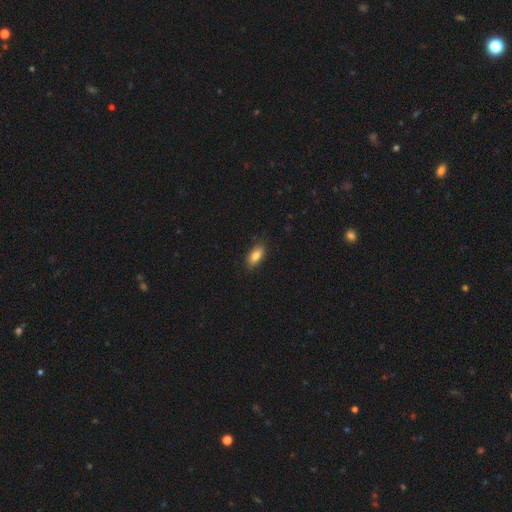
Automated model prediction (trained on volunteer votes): A smooth galaxy with no disk features (82%) that is in between round and cigar-shaped (87%).

Vote fractions:
- Smooth or featured? smooth: 82% / featured or disk: 11% / star or artifact: 7%
- How rounded? in between: 87% / cigar-shaped: 9% / round: 4%
- Merging? none: 86% / minor disturbance: 11% / major disturbance: 2% / merger: 1%